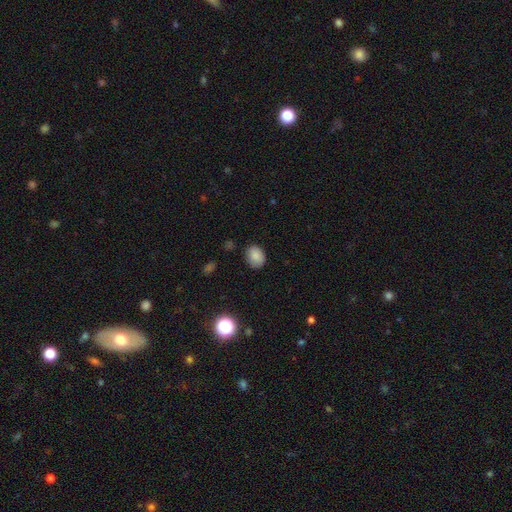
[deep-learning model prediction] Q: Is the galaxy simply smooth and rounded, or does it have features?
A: smooth — 85%.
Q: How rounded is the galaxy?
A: in between — 59%.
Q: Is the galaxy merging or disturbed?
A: none — 80%.